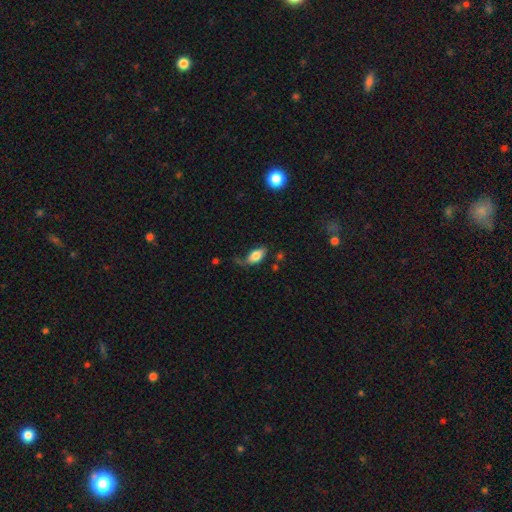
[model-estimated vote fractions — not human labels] Overall: smooth (80%). How rounded: in between (91%). Merging: none (53%; minor disturbance 27%).